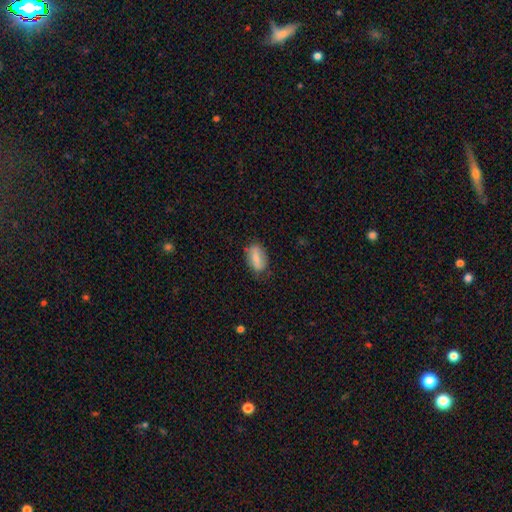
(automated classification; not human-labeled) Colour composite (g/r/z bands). It shows a smooth galaxy with no disk features (66%) that is in between round and cigar-shaped (87%). Merging: none (74%).